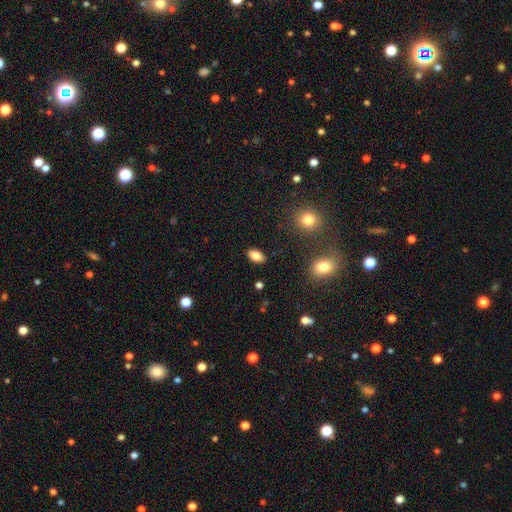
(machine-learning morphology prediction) A smooth galaxy with no disk features (85%) that is in between round and cigar-shaped (92%).

Vote fractions:
- Smooth or featured? smooth: 85% / star or artifact: 9% / featured or disk: 6%
- How rounded? in between: 92% / round: 6% / cigar-shaped: 3%
- Merging? none: 88% / minor disturbance: 8% / major disturbance: 2% / merger: 1%